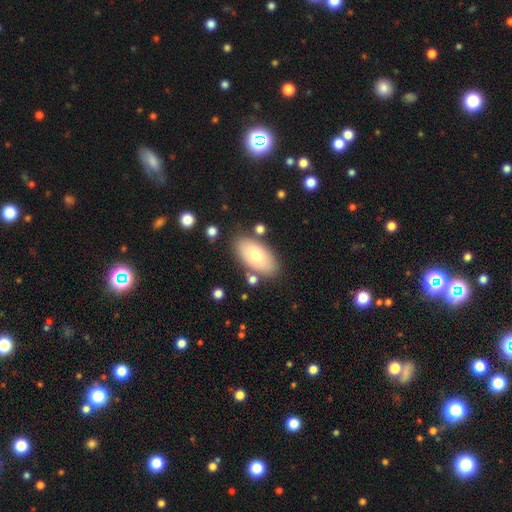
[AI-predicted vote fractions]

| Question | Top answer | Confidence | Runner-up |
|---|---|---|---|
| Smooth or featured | smooth | 73% | featured or disk (21%) |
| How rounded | in between | 93% | cigar-shaped (4%) |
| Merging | none | 79% | minor disturbance (12%) |